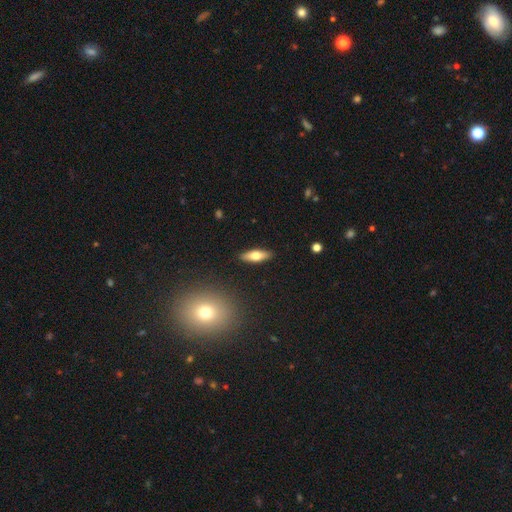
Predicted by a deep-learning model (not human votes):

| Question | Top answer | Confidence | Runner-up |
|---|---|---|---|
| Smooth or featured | smooth | 63% | featured or disk (30%) |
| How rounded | in between | 55% | cigar-shaped (42%) |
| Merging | none | 90% | minor disturbance (7%) |